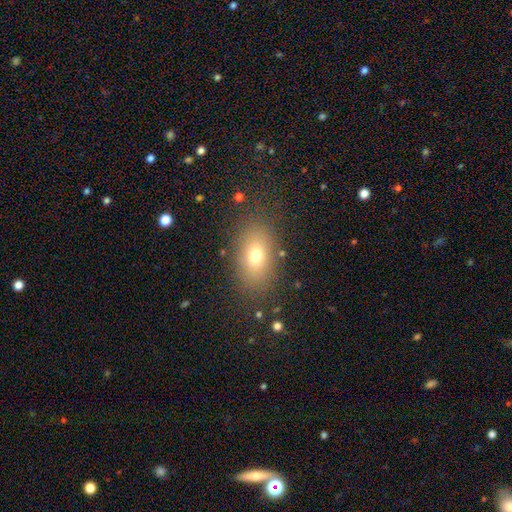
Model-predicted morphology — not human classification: Smooth or featured?
  - smooth: 71% *
  - featured or disk: 16%
  - star or artifact: 13%
How rounded?
  - in between: 83% *
  - round: 14%
  - cigar-shaped: 3%
Merging?
  - none: 83% *
  - minor disturbance: 10%
  - major disturbance: 5%
  - merger: 2%